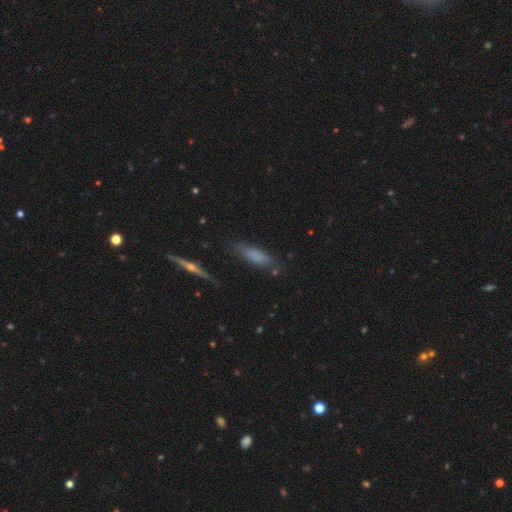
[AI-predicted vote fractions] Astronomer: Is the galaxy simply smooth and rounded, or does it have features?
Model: smooth — 68%.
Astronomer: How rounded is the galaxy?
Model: cigar-shaped — 53% (runner-up: in between, 44%).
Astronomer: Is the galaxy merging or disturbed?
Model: none — 72%.